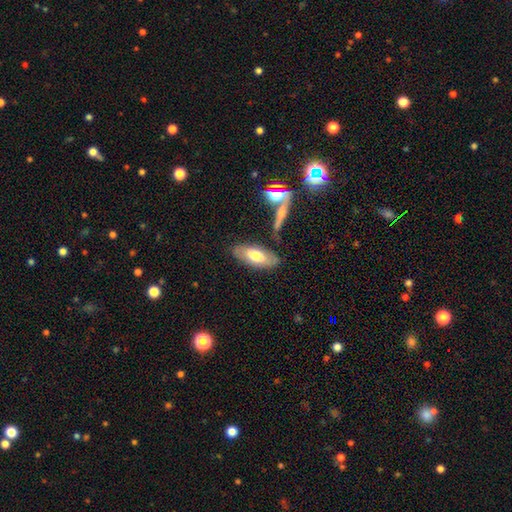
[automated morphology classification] Smooth or featured?
  - smooth: 62% *
  - featured or disk: 31%
  - star or artifact: 7%
How rounded?
  - in between: 82% *
  - cigar-shaped: 16%
  - round: 2%
Merging?
  - none: 77% *
  - minor disturbance: 14%
  - merger: 5%
  - major disturbance: 4%